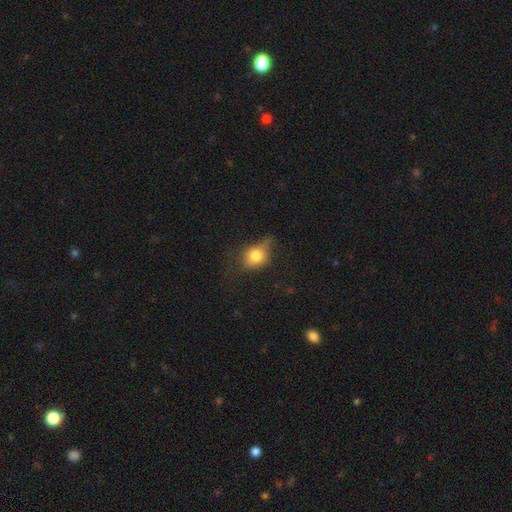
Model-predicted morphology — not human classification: Smooth or featured? Predicted: smooth (p=0.75). How rounded? Predicted: round (p=0.50). Merging? Predicted: none (p=0.45).